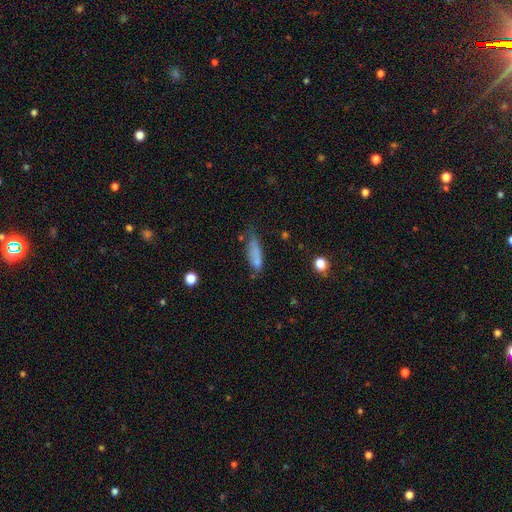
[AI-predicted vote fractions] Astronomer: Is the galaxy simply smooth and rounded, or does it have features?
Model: smooth — 75%.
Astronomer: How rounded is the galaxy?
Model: cigar-shaped — 49%, tied with in between at 49%.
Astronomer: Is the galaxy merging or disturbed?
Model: none — 43% (runner-up: minor disturbance, 32%).